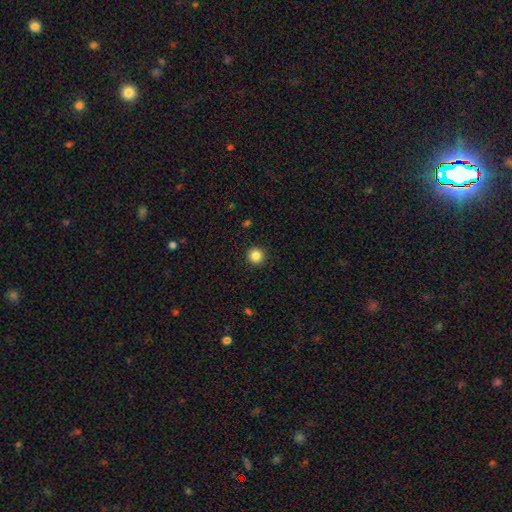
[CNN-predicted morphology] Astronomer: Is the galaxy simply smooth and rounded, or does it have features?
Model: smooth — 86%.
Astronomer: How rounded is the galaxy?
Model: round — 96%.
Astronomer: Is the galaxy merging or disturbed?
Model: none — 92%.